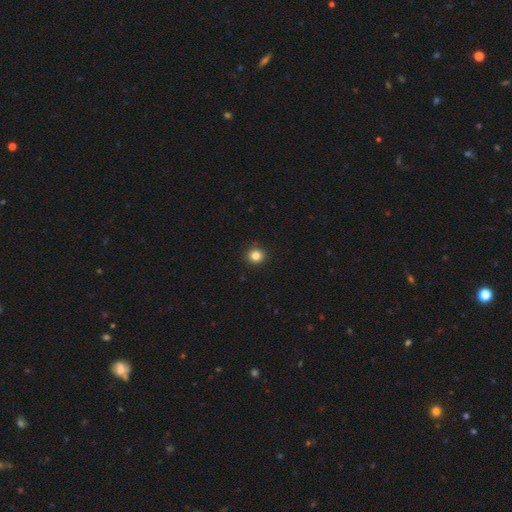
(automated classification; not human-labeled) The model was most divided on "smooth or featured": smooth: 83%, star or artifact: 12%, featured or disk: 5%. More confident: merging — none (92%); how rounded — round (88%).